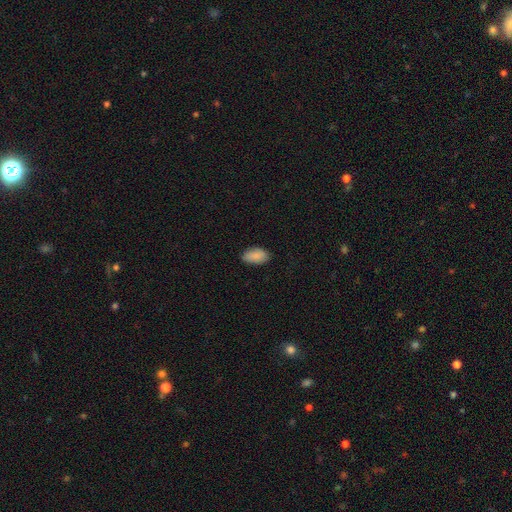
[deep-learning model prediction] Smooth or featured? Predicted: smooth (p=0.89). How rounded? Predicted: in between (p=0.94). Merging? Predicted: none (p=0.84).